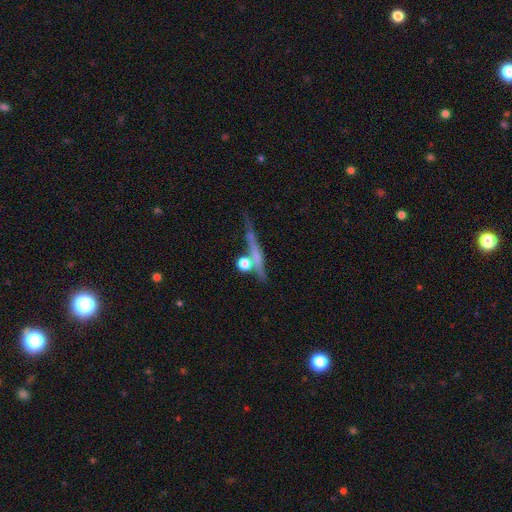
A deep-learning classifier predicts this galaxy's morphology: Overall: featured or disk (51%; smooth 37%). Edge-on disk: yes (89%). Merging: none (63%).